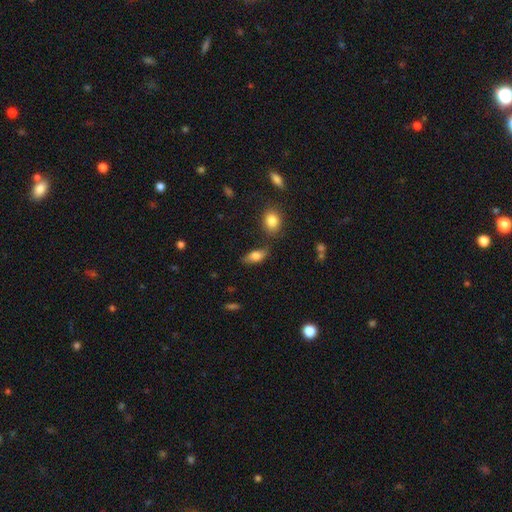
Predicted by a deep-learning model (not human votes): Overall: smooth (74%). How rounded: in between (82%). Merging: none (65%).